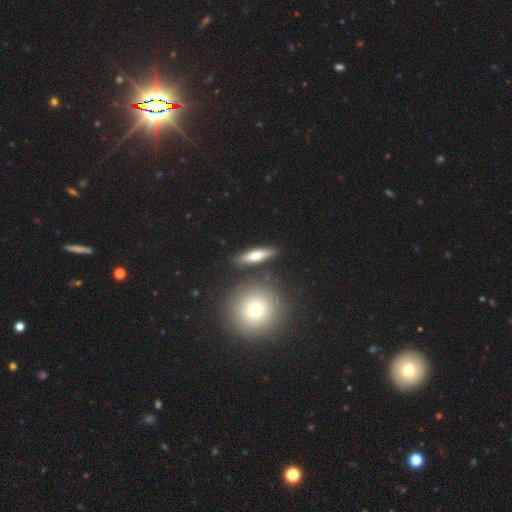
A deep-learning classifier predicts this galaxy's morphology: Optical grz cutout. It shows a smooth galaxy with no disk features (59%) that is cigar-shaped (63%). Merging: none (85%).